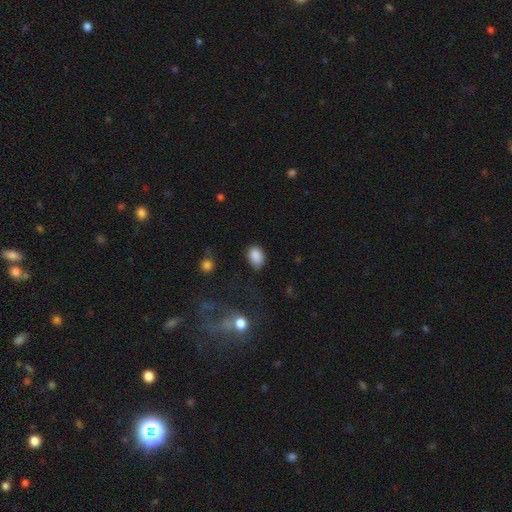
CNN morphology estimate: type=smooth (86%); roundness=in between (77%); merging=none (67%).